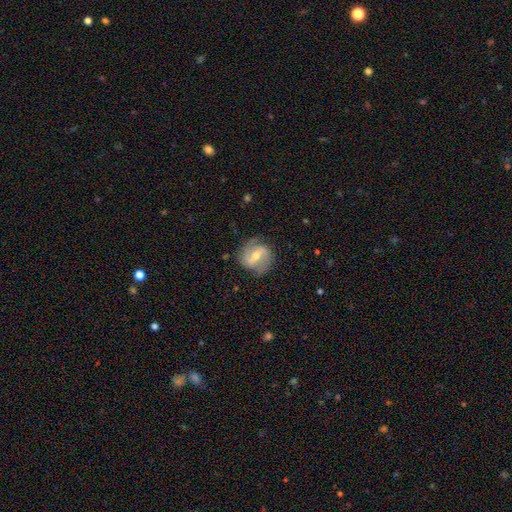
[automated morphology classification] smooth-or-featured: featured or disk: 80% | smooth: 14% | star or artifact: 6%
  disk-edge-on: no: 97% | yes: 3%
    bar: weak: 47% | strong: 37% | no: 16%
    has-spiral-arms: yes: 91% | no: 9%
      spiral-winding: medium: 47% | tight: 28% | loose: 25%
      spiral-arm-count: 2: 87% | can't tell: 6% | 1: 2% | 3: 2% | 4: 1% | more than 4: 1%
    bulge-size: moderate: 59% | small: 37% | large: 2% | none: 1% | dominant: 1%
  merging: none: 80% | minor disturbance: 14% | major disturbance: 5% | merger: 1%